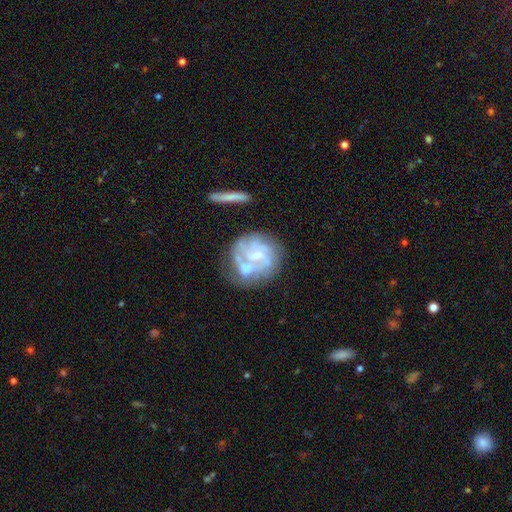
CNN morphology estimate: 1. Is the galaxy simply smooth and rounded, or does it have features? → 74% featured or disk, 18% smooth, 8% star or artifact.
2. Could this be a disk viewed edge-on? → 97% no, 3% yes.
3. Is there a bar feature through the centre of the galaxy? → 59% no, 33% weak, 9% strong.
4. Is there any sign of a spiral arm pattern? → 71% yes, 29% no.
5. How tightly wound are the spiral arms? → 48% tight, 36% medium, 16% loose.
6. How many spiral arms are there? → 39% can't tell, 23% 3, 20% 2, 9% 4, 5% 1, 4% more than 4.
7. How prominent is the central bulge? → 52% small, 34% moderate, 11% none, 2% large, 1% dominant.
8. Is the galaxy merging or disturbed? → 48% none, 19% minor disturbance, 17% merger, 15% major disturbance.